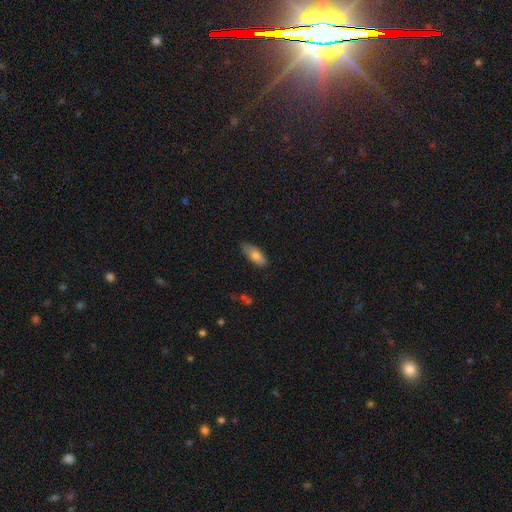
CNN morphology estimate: smooth-or-featured: smooth: 78% | featured or disk: 16% | star or artifact: 7%
  how-rounded: in between: 77% | cigar-shaped: 21% | round: 2%
  merging: none: 74% | minor disturbance: 21% | major disturbance: 3% | merger: 1%